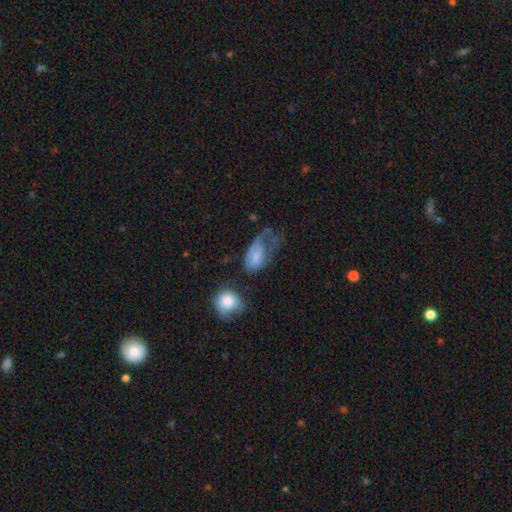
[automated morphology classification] This appears to be a smooth galaxy with no disk features (62%) that is in between round and cigar-shaped (86%). Merging: major disturbance (55%).